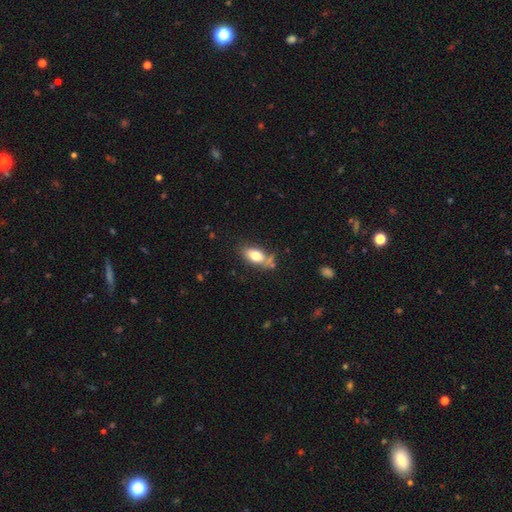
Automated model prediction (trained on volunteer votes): Smooth or featured? smooth (76%)
How rounded? in between (89%)
Merging? none (58%)